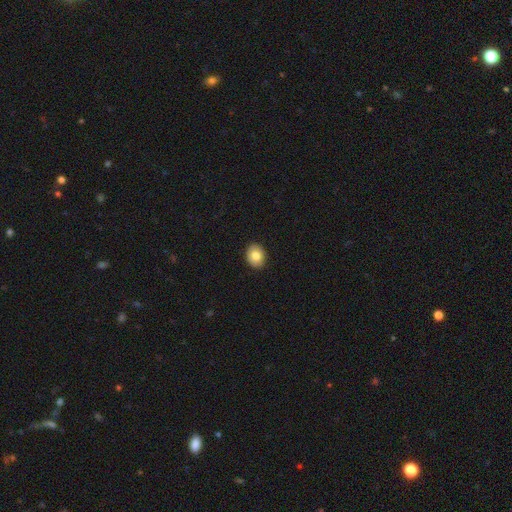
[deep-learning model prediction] smooth_or_featured: smooth (p=0.80) [alt: featured or disk p=0.12]
how_rounded: in between (p=0.55) [alt: round p=0.44]
merging: none (p=0.90) [alt: minor disturbance p=0.07]